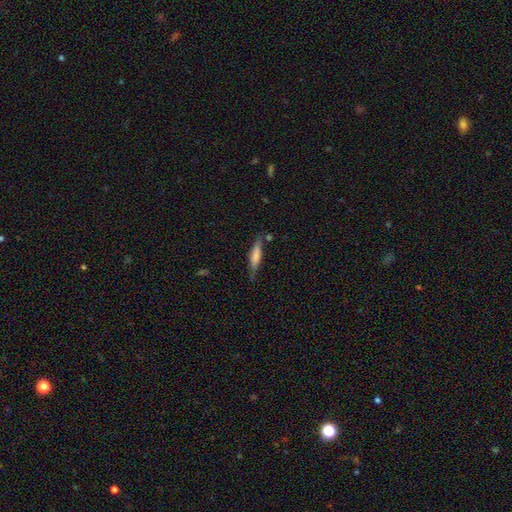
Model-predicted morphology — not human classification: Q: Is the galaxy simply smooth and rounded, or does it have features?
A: smooth — 59%.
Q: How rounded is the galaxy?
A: cigar-shaped — 79%.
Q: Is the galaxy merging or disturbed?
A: none — 73%.